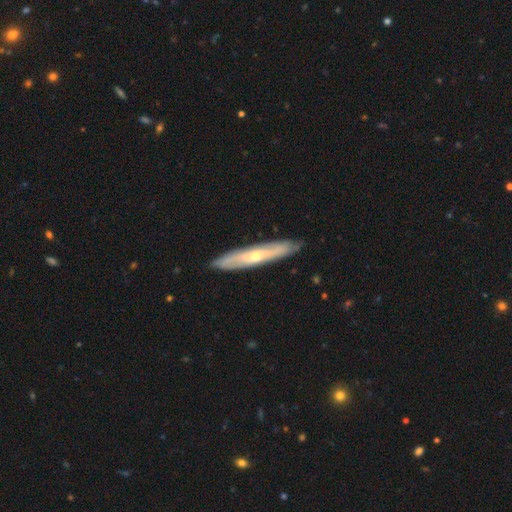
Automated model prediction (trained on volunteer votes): A featured or disk galaxy (62%) viewed edge-on (67%).

Vote fractions:
- Smooth or featured? featured or disk: 62% / smooth: 33% / star or artifact: 5%
- Edge-on disk? yes: 67% / no: 33%
- Merging? none: 87% / minor disturbance: 10% / major disturbance: 2% / merger: 1%